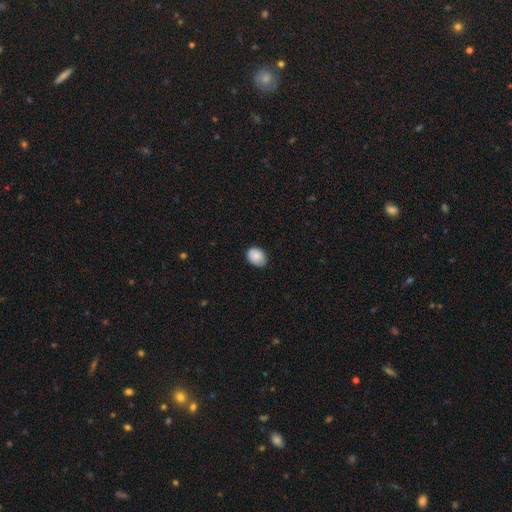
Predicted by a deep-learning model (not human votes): This appears to be a smooth galaxy with no disk features (85%) that is in between round and cigar-shaped (65%). Merging: none (75%).